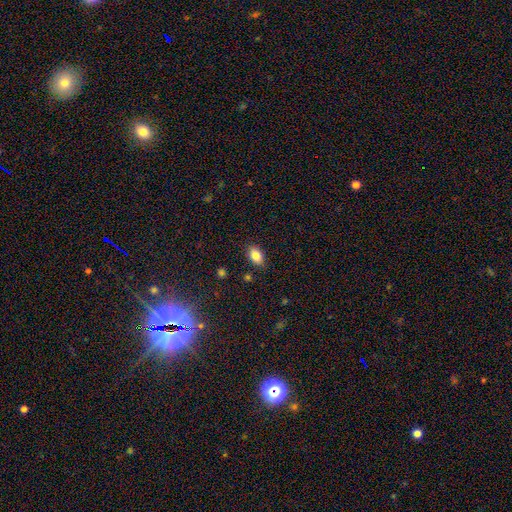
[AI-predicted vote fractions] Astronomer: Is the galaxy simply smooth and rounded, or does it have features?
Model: smooth — 83%.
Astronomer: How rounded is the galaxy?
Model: in between — 87%.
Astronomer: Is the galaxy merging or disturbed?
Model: none — 84%.